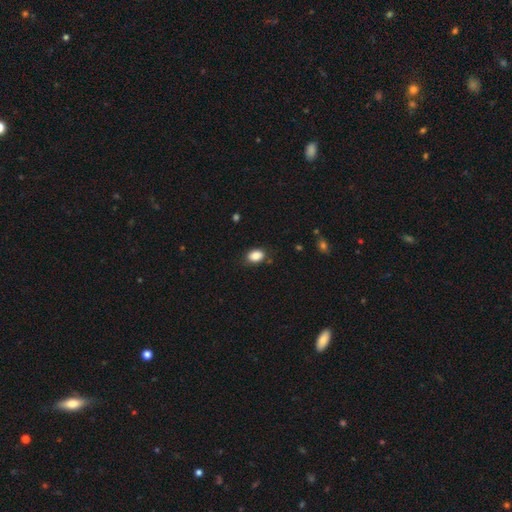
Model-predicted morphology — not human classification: This is clearly a smooth galaxy (87%). How rounded: clearly in between (82%). Merging: clearly none (81%).